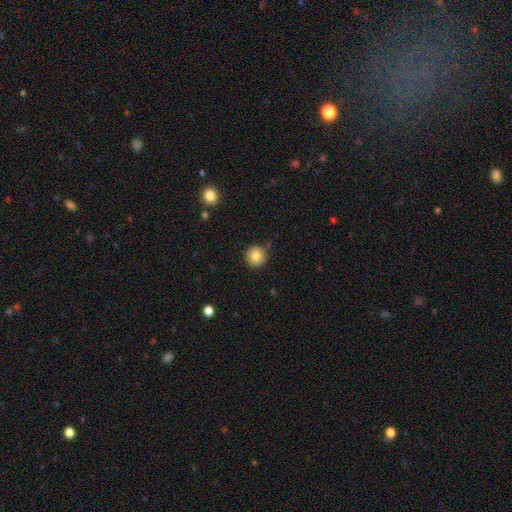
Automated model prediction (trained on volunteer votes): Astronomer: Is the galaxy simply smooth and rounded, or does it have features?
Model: smooth — 83%.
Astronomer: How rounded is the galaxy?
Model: round — 93%.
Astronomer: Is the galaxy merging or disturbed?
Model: none — 85%.